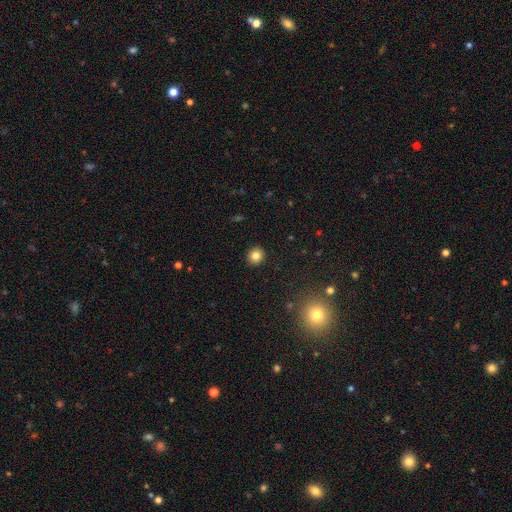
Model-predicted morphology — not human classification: smooth 82%, star or artifact 12%, featured or disk 7%. Down the decision tree: how rounded — round (89%); merging — none (92%).